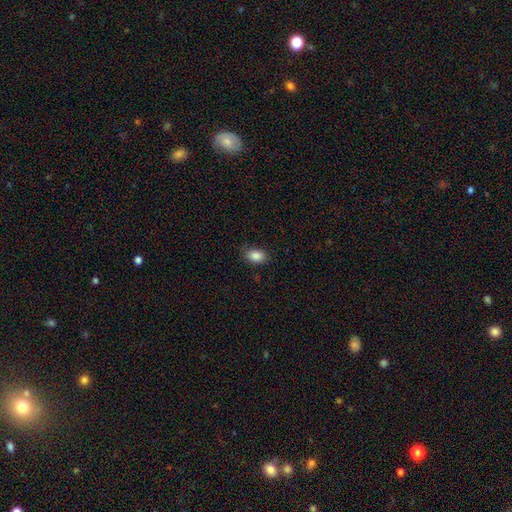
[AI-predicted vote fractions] Overall: smooth (87%). How rounded: in between (81%). Merging: none (82%).